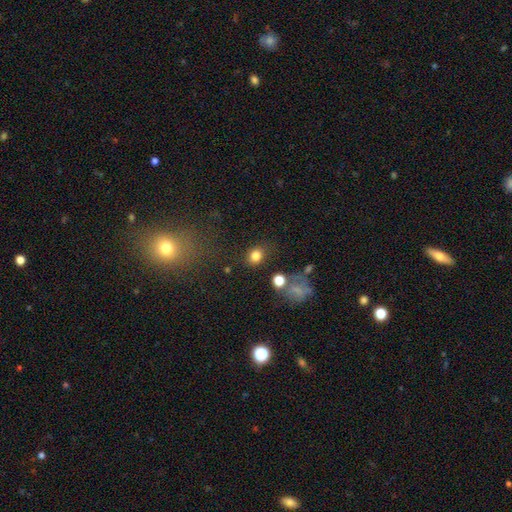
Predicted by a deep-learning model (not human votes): The model was most divided on "how rounded": round: 60%, in between: 39%, cigar-shaped: 1%. More confident: smooth or featured — smooth (81%); merging — none (77%).